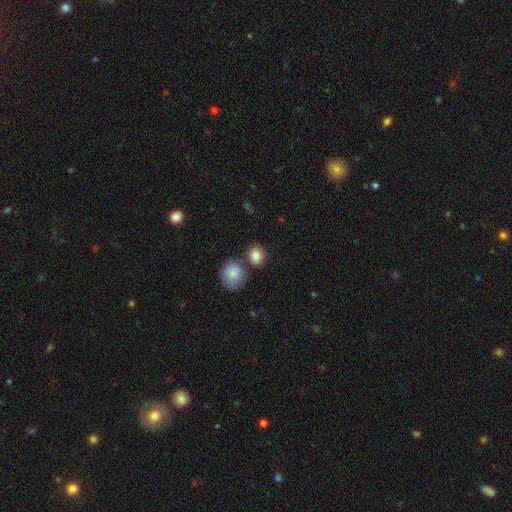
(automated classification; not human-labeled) Smooth or featured? Predicted: smooth (p=0.85). How rounded? Predicted: round (p=0.79). Merging? Predicted: none (p=0.69).